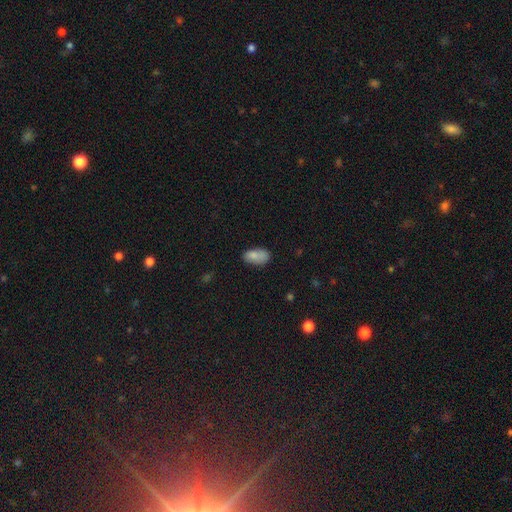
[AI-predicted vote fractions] Smooth or featured?
  - smooth: 81% *
  - featured or disk: 10%
  - star or artifact: 8%
How rounded?
  - in between: 92% *
  - round: 5%
  - cigar-shaped: 3%
Merging?
  - none: 60% *
  - minor disturbance: 25%
  - merger: 8%
  - major disturbance: 7%